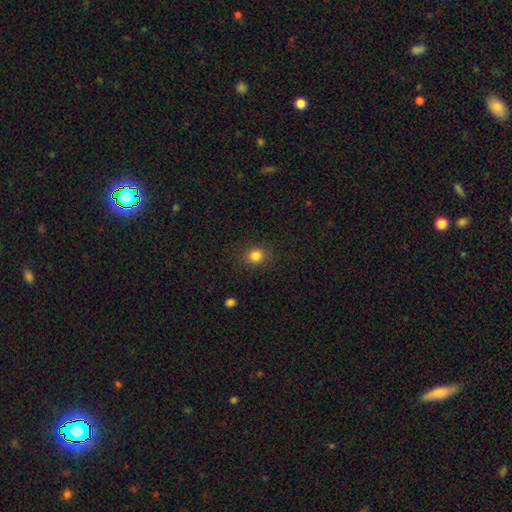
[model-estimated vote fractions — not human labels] Smooth or featured? Predicted: smooth (p=0.84). How rounded? Predicted: round (p=0.85). Merging? Predicted: none (p=0.88).